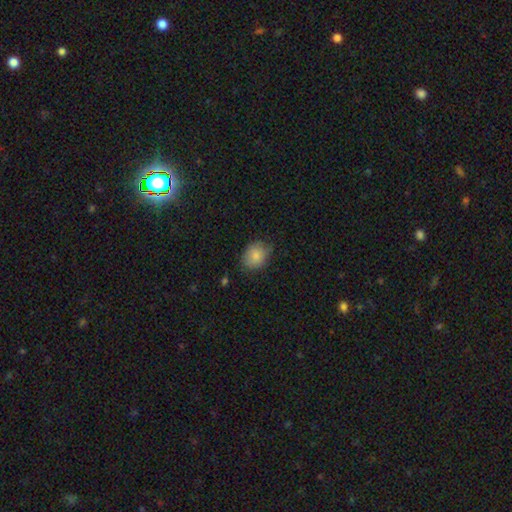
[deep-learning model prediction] Smooth or featured: smooth — 84% (featured or disk — 8%)
How rounded: round — 50% (in between — 49%)
Merging: none — 69% (minor disturbance — 24%)